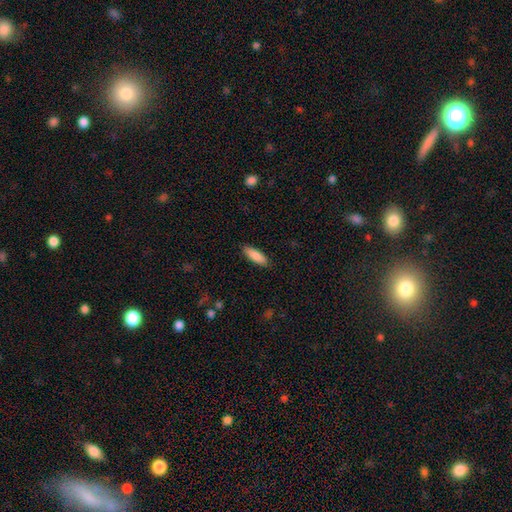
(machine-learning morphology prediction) This appears to be a smooth galaxy with no disk features (88%) that is in between round and cigar-shaped (54%). Merging: none (89%).